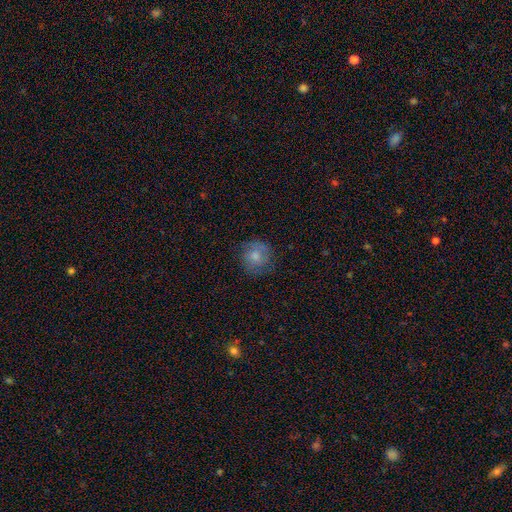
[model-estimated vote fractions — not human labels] Smooth or featured? Predicted: smooth (p=0.73). How rounded? Predicted: round (p=0.89). Merging? Predicted: none (p=0.76).